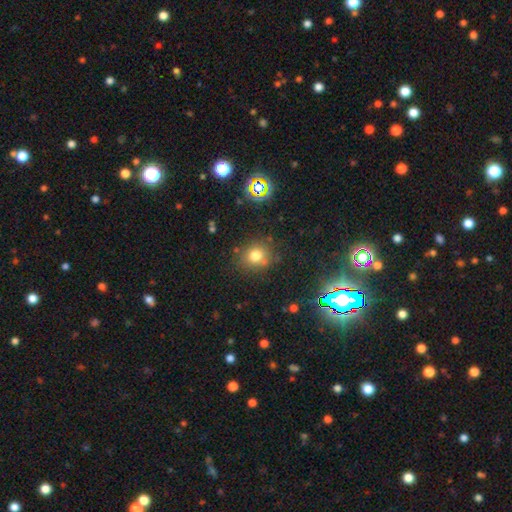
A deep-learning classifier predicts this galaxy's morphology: Q: Smooth or featured?
A: smooth (74%); runner-up: star or artifact (17%)
Q: How rounded?
A: round (79%); runner-up: in between (20%)
Q: Merging?
A: none (78%); runner-up: minor disturbance (13%)